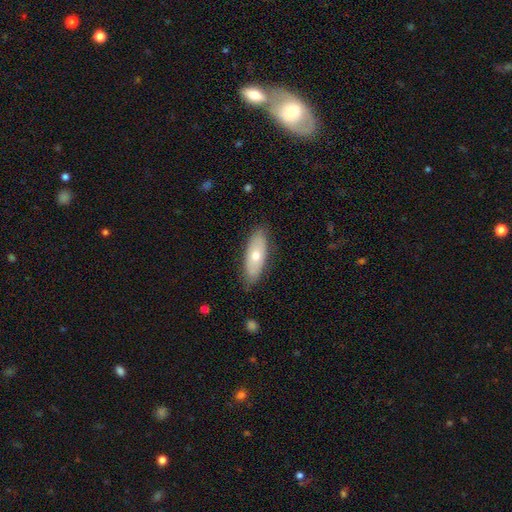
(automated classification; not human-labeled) A smooth galaxy with no disk features (57%) that is in between round and cigar-shaped (71%).

Vote fractions:
- Smooth or featured? smooth: 57% / featured or disk: 37% / star or artifact: 7%
- How rounded? in between: 71% / cigar-shaped: 26% / round: 3%
- Merging? none: 83% / minor disturbance: 13% / major disturbance: 2% / merger: 1%